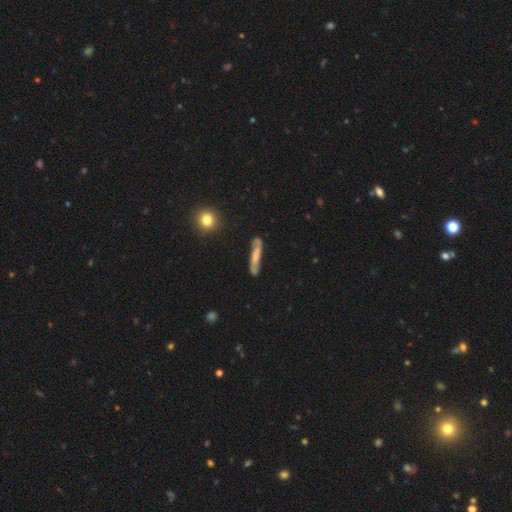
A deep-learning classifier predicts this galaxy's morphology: Overall: smooth (49%; featured or disk 44%). Merging: none (68%).